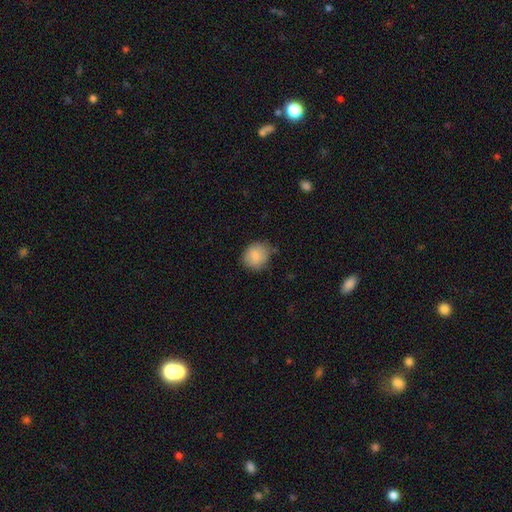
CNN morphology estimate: A smooth galaxy with no disk features (85%) that is round (79%).

Vote fractions:
- Smooth or featured? smooth: 85% / star or artifact: 8% / featured or disk: 7%
- How rounded? round: 79% / in between: 20% / cigar-shaped: 1%
- Merging? none: 72% / minor disturbance: 22% / major disturbance: 4% / merger: 2%